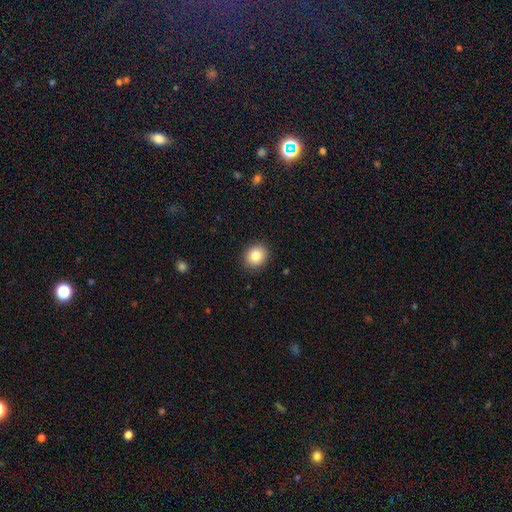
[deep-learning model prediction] smooth-or-featured: smooth: 84% | star or artifact: 9% | featured or disk: 7%
  how-rounded: round: 71% | in between: 29% | cigar-shaped: 1%
  merging: none: 90% | minor disturbance: 7% | major disturbance: 2% | merger: 1%